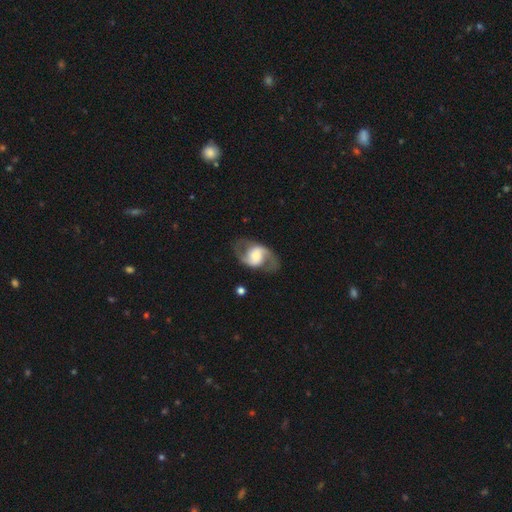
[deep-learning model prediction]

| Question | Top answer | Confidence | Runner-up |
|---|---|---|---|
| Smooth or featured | featured or disk | 76% | smooth (18%) |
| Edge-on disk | no | 96% | yes (4%) |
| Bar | no | 44% | weak (38%) |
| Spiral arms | yes | 88% | no (12%) |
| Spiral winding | medium | 47% | loose (39%) |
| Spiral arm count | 2 | 89% | can't tell (4%) |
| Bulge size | moderate | 37% | large (30%) |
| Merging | none | 73% | minor disturbance (15%) |